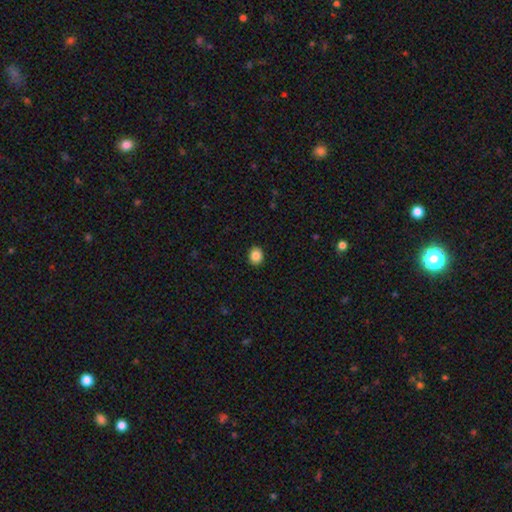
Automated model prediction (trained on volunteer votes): smooth_or_featured: smooth (p=0.86) [alt: star or artifact p=0.10]
how_rounded: round (p=0.70) [alt: in between p=0.29]
merging: none (p=0.91) [alt: minor disturbance p=0.06]